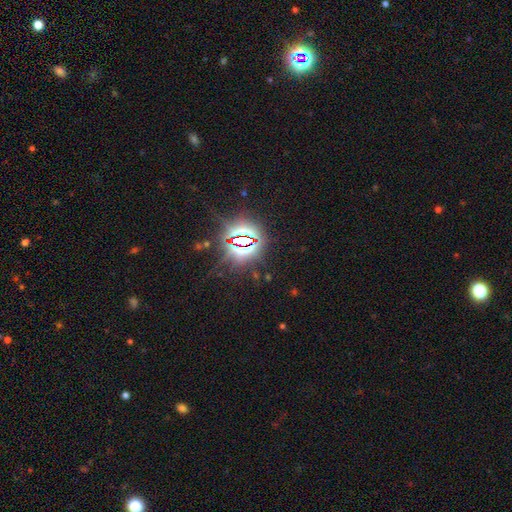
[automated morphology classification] smooth-or-featured: star or artifact: 83% | smooth: 11% | featured or disk: 6%